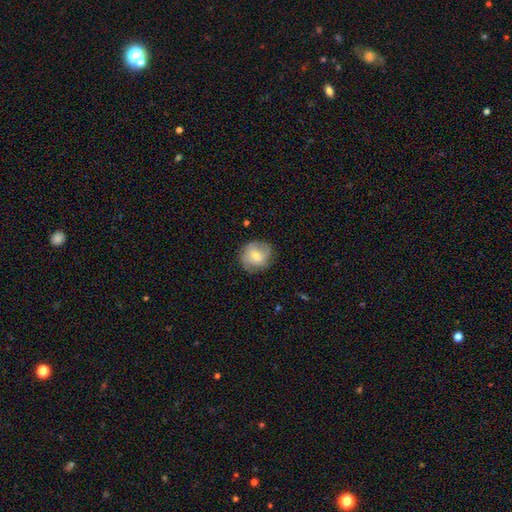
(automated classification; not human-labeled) A smooth galaxy with no disk features (52%) that is round (84%).

Vote fractions:
- Smooth or featured? smooth: 52% / featured or disk: 40% / star or artifact: 8%
- How rounded? round: 84% / in between: 15% / cigar-shaped: 1%
- Merging? none: 76% / minor disturbance: 18% / major disturbance: 5% / merger: 1%